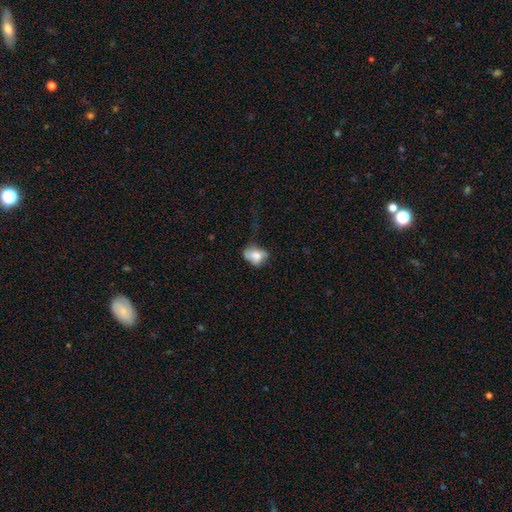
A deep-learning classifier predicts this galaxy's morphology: A smooth galaxy with no disk features (66%) that is in between round and cigar-shaped (68%).

Vote fractions:
- Smooth or featured? smooth: 66% / featured or disk: 25% / star or artifact: 9%
- How rounded? in between: 68% / round: 30% / cigar-shaped: 1%
- Merging? none: 40% / minor disturbance: 33% / major disturbance: 23% / merger: 4%